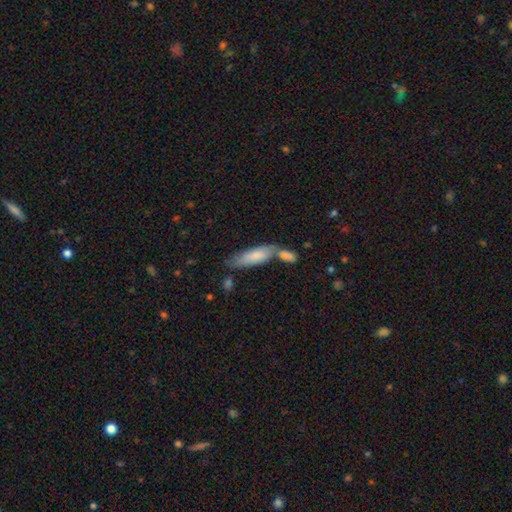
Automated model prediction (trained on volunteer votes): This appears to be a smooth galaxy with no disk features (76%) that is cigar-shaped (52%). Merging: none (44%).